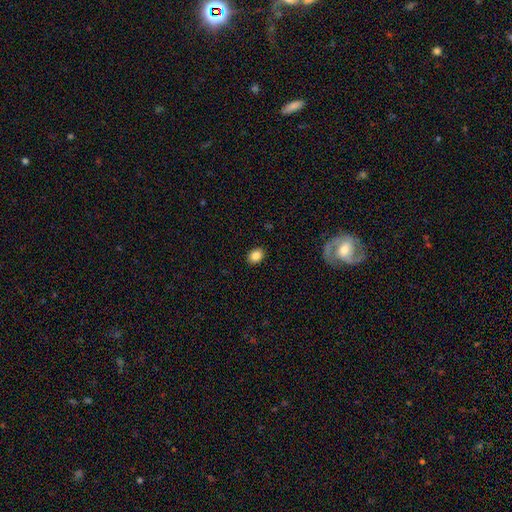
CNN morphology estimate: This appears to be a smooth galaxy with no disk features (86%) that is in between round and cigar-shaped (65%). Merging: none (90%).